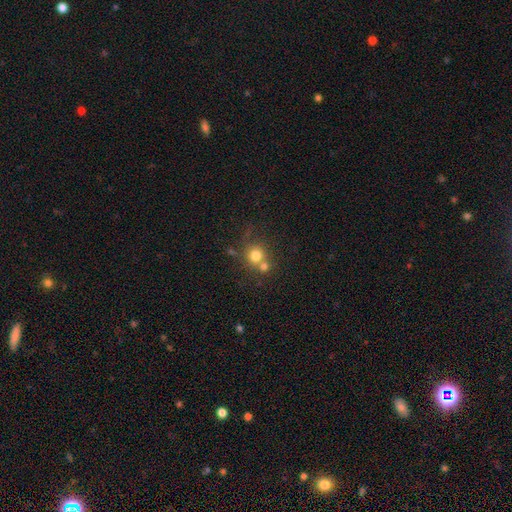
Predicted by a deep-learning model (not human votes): Overall: smooth (76%). How rounded: round (89%). Merging: none (51%; merger 35%).